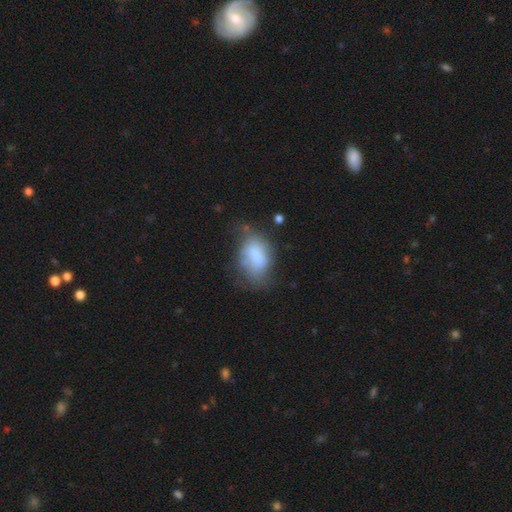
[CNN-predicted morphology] Smooth or featured?
  - smooth: 70% *
  - featured or disk: 21%
  - star or artifact: 9%
How rounded?
  - in between: 85% *
  - round: 13%
  - cigar-shaped: 2%
Merging?
  - none: 35% *
  - minor disturbance: 34%
  - major disturbance: 22%
  - merger: 8%